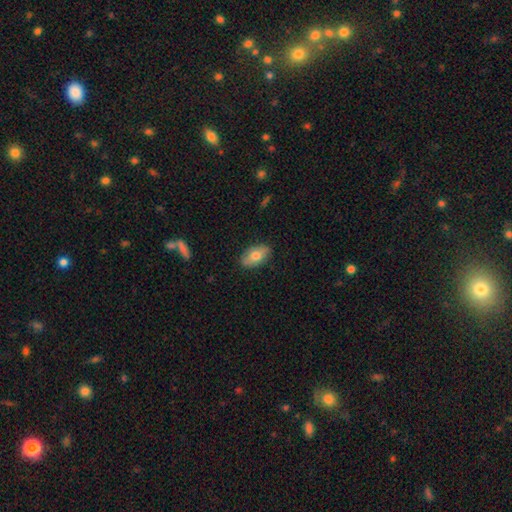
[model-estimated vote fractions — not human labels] A smooth galaxy with no disk features (71%) that is in between round and cigar-shaped (92%). Merging: none (86%).